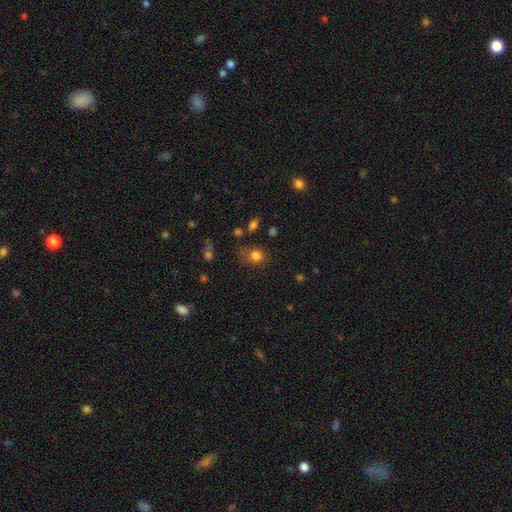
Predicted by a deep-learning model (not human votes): smooth-or-featured: smooth: 80% | star or artifact: 14% | featured or disk: 7%
  how-rounded: round: 67% | in between: 32% | cigar-shaped: 1%
  merging: none: 58% | minor disturbance: 25% | major disturbance: 11% | merger: 5%